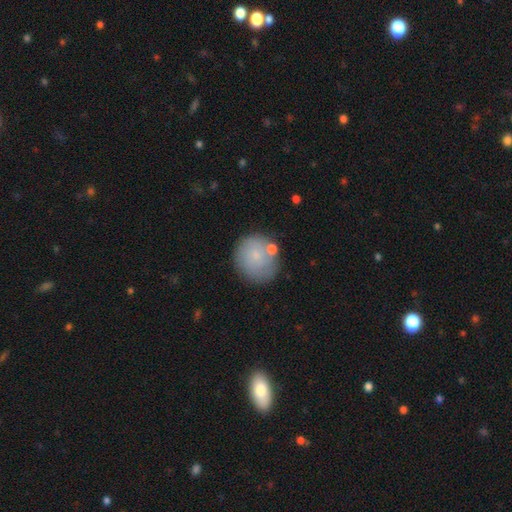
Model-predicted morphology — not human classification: The model was most divided on "smooth or featured": smooth: 72%, featured or disk: 20%, star or artifact: 8%. More confident: how rounded — round (87%); merging — none (71%).